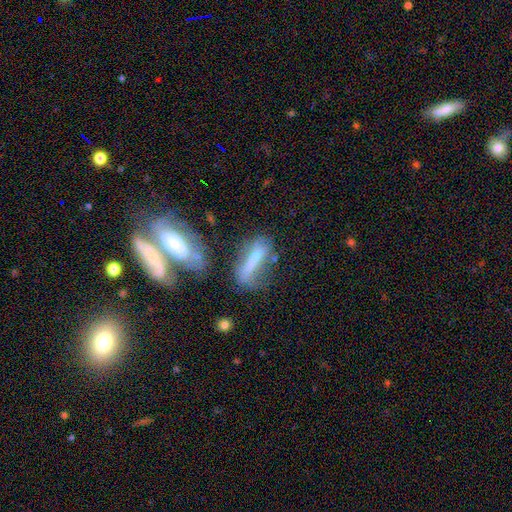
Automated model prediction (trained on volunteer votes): Smooth or featured? featured or disk (45%)
Merging? none (32%)